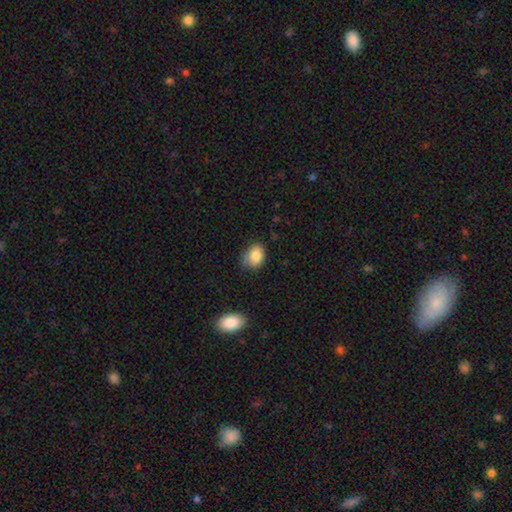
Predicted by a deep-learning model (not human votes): Morphology: type=smooth (82%); roundness=in between (63%); merging=none (65%).